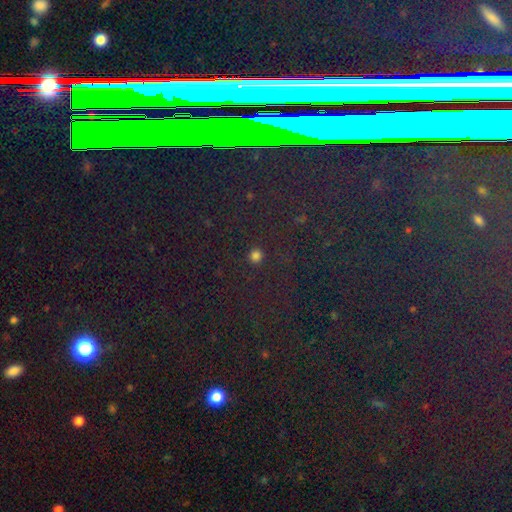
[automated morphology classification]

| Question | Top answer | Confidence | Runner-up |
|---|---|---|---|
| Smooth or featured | smooth | 77% | star or artifact (19%) |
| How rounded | round | 91% | in between (8%) |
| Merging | none | 89% | minor disturbance (7%) |